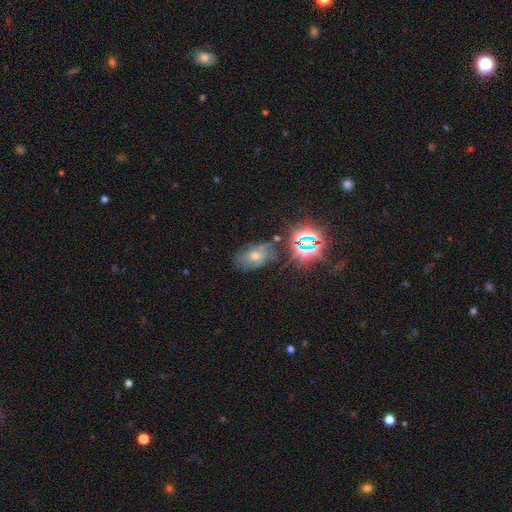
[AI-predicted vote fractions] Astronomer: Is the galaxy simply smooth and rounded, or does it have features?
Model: star or artifact — 46% (runner-up: featured or disk, 31%).